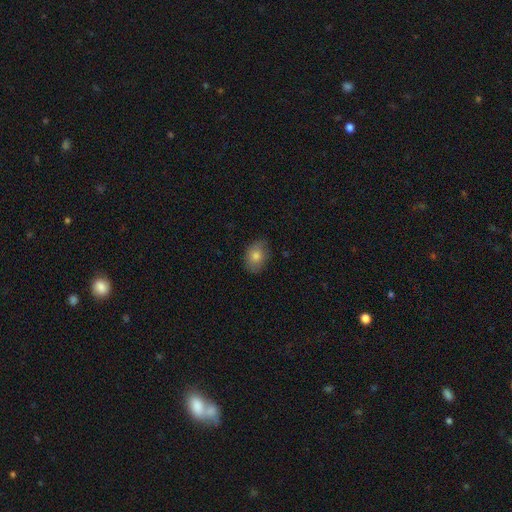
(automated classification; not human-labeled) A smooth galaxy with no disk features (79%) that is in between round and cigar-shaped (74%). Merging: none (80%).